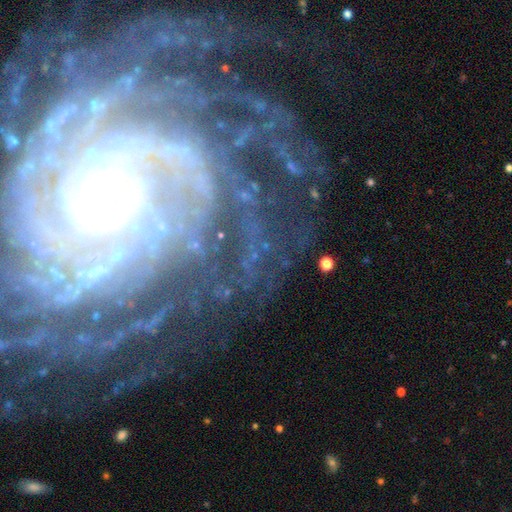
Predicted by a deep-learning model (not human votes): Morphology: type=featured or disk (88%); edge-on=no (97%); bar=no (42%); spiral arms=yes (97%); winding=tight (74%); arm count=more than 4 (33%); bulge=small (49%); merging=none (74%).